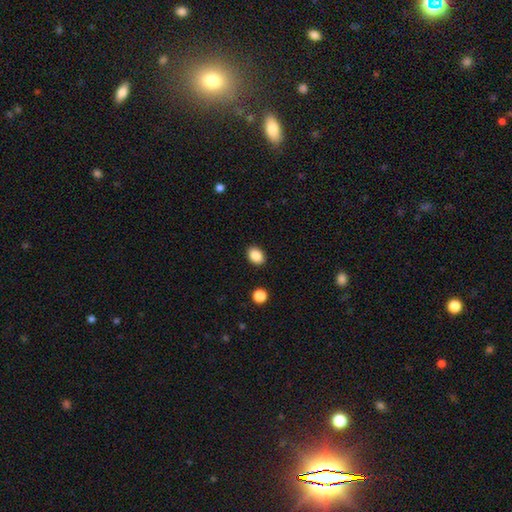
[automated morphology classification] smooth-or-featured: smooth: 88% | star or artifact: 9% | featured or disk: 3%
  how-rounded: in between: 70% | round: 29% | cigar-shaped: 1%
  merging: none: 89% | minor disturbance: 7% | major disturbance: 2% | merger: 1%